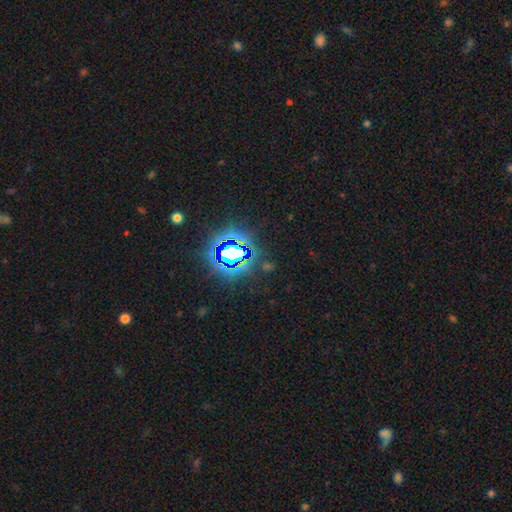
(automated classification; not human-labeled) This is clearly a star or artifact rather than a galaxy (81%).